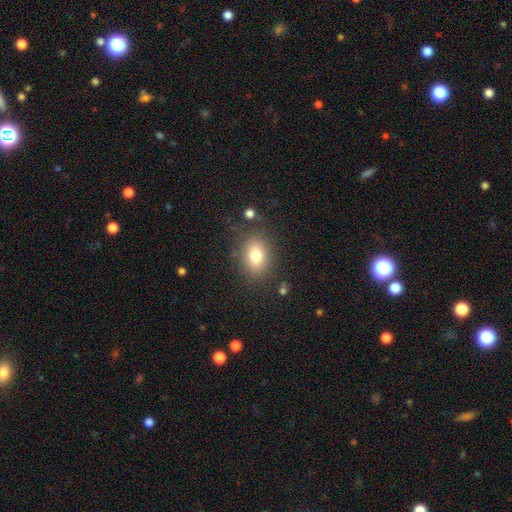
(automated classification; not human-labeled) A smooth galaxy with no disk features (79%) that is in between round and cigar-shaped (74%). Merging: none (81%).